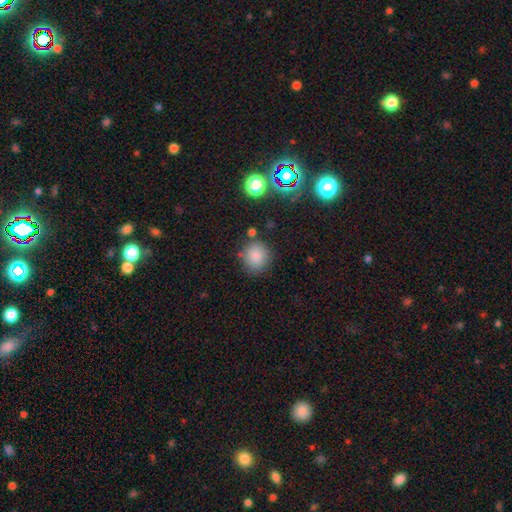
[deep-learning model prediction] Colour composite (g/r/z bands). It shows a smooth galaxy with no disk features (81%) that is round (89%). Merging: none (79%).